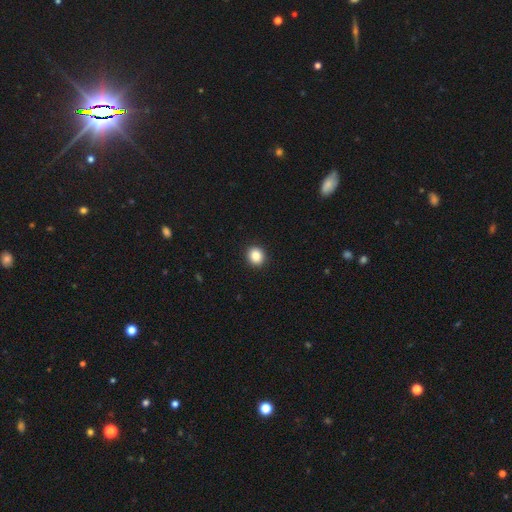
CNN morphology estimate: Smooth or featured? Predicted: smooth (p=0.87). How rounded? Predicted: round (p=0.79). Merging? Predicted: none (p=0.92).